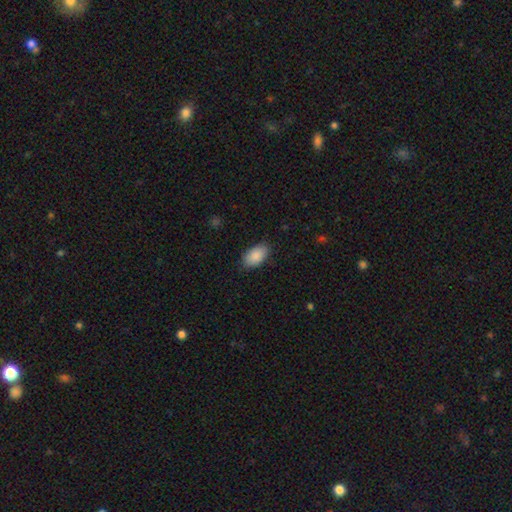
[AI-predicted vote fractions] Smooth or featured?
  - smooth: 89% *
  - star or artifact: 6%
  - featured or disk: 5%
How rounded?
  - in between: 94% *
  - round: 4%
  - cigar-shaped: 2%
Merging?
  - none: 85% *
  - minor disturbance: 12%
  - major disturbance: 3%
  - merger: 1%